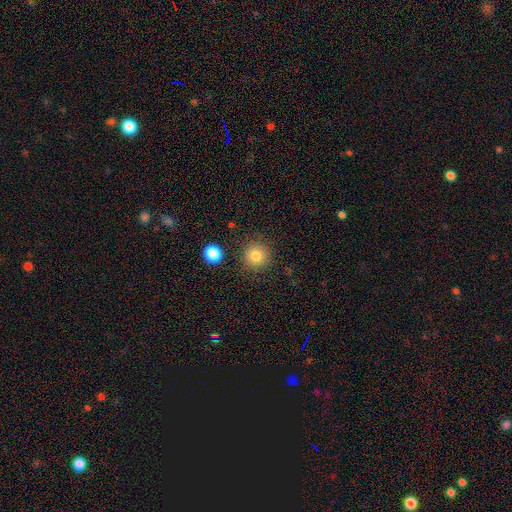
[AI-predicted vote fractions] smooth_or_featured: smooth (p=0.83) [alt: star or artifact p=0.11]
how_rounded: round (p=0.95) [alt: in between p=0.05]
merging: none (p=0.87) [alt: minor disturbance p=0.07]